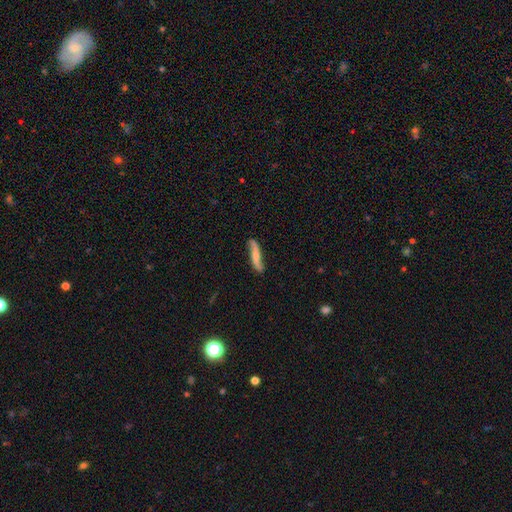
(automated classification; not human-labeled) Smooth or featured? featured or disk (58%)
Edge-on disk? no (59%)
Merging? none (78%)